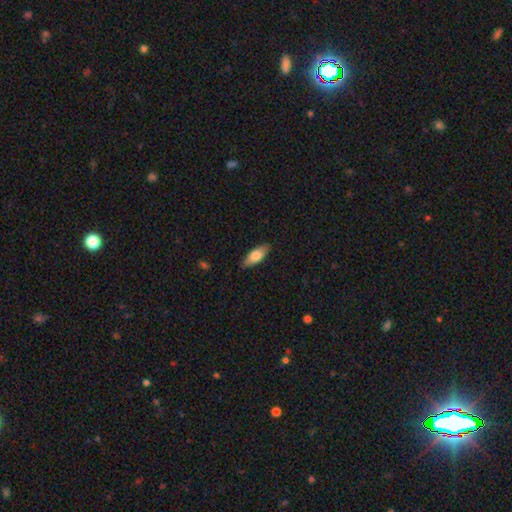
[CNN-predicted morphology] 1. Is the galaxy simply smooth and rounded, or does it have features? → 74% smooth, 21% featured or disk, 6% star or artifact.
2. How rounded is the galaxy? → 74% in between, 24% cigar-shaped, 2% round.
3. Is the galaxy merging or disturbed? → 86% none, 11% minor disturbance, 2% major disturbance, 1% merger.